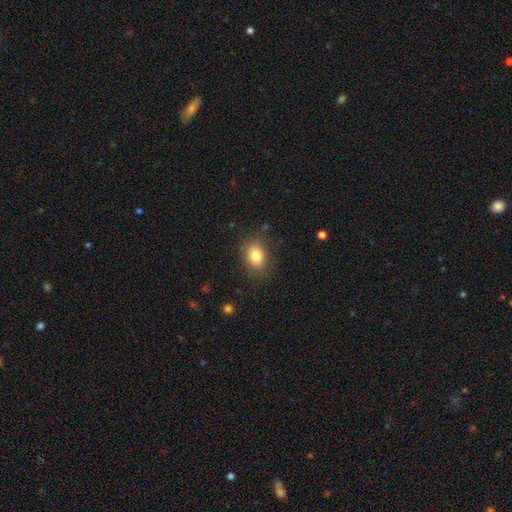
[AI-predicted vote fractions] Q: Smooth or featured?
A: smooth (82%); runner-up: star or artifact (10%)
Q: How rounded?
A: in between (67%); runner-up: round (32%)
Q: Merging?
A: none (83%); runner-up: minor disturbance (12%)